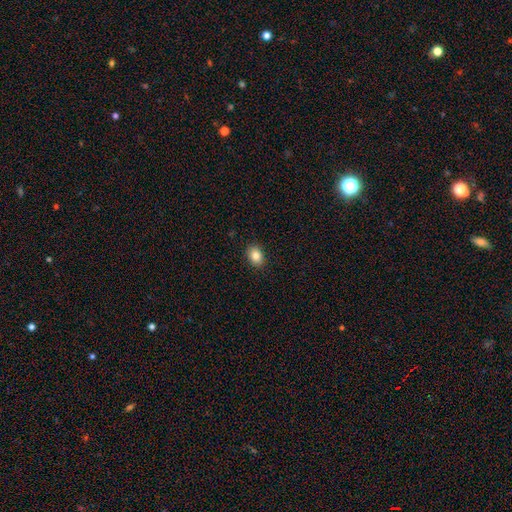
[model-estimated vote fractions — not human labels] A smooth galaxy with no disk features (84%) that is in between round and cigar-shaped (67%). Merging: none (90%).